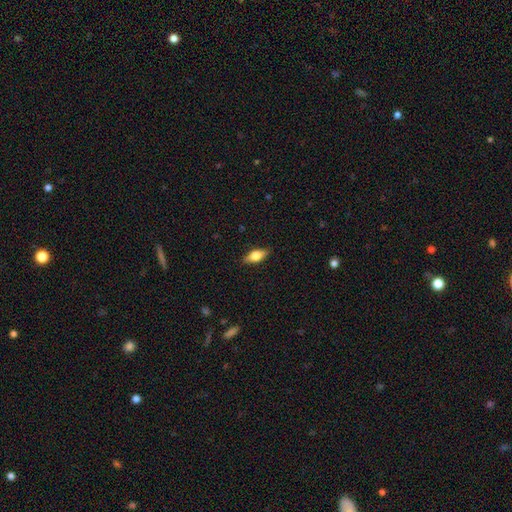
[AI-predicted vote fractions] Smooth or featured?
  - smooth: 62% *
  - featured or disk: 31%
  - star or artifact: 7%
How rounded?
  - in between: 77% *
  - cigar-shaped: 19%
  - round: 4%
Merging?
  - none: 86% *
  - minor disturbance: 11%
  - major disturbance: 2%
  - merger: 1%